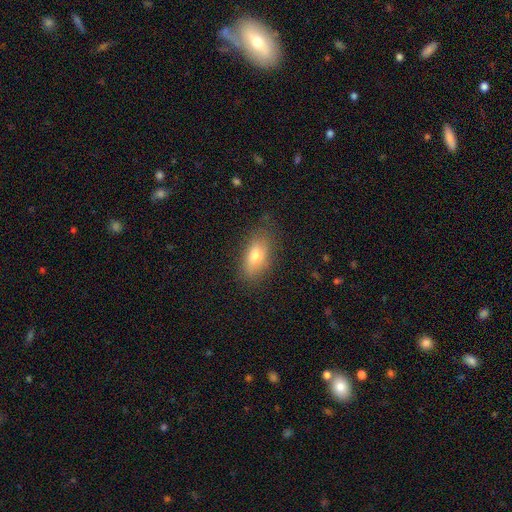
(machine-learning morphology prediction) A smooth galaxy with no disk features (74%) that is in between round and cigar-shaped (84%). Merging: none (79%).